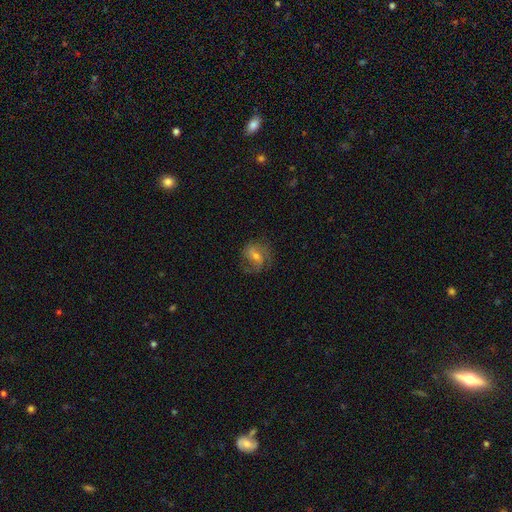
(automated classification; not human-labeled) Smooth or featured: featured or disk — 66% (smooth — 26%)
Edge-on disk: no — 96% (yes — 4%)
Bar: weak — 49% (no — 29%)
Spiral arms: yes — 87% (no — 13%)
Spiral winding: medium — 46% (loose — 31%)
Spiral arm count: 2 — 57% (can't tell — 16%)
Bulge size: moderate — 49% (small — 44%)
Merging: none — 62% (minor disturbance — 21%)